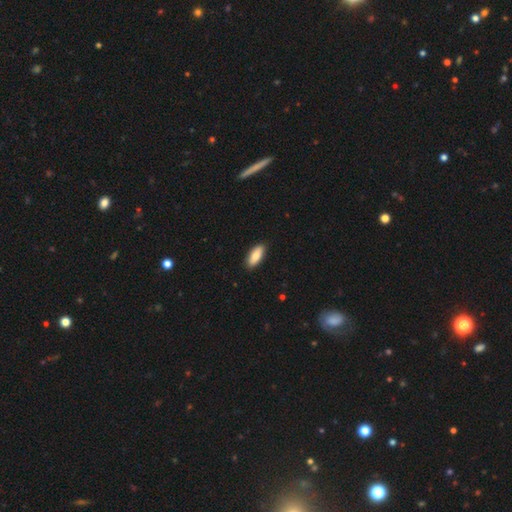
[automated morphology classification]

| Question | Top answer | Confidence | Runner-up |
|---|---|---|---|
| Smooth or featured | smooth | 82% | featured or disk (12%) |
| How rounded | in between | 80% | cigar-shaped (18%) |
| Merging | none | 89% | minor disturbance (8%) |